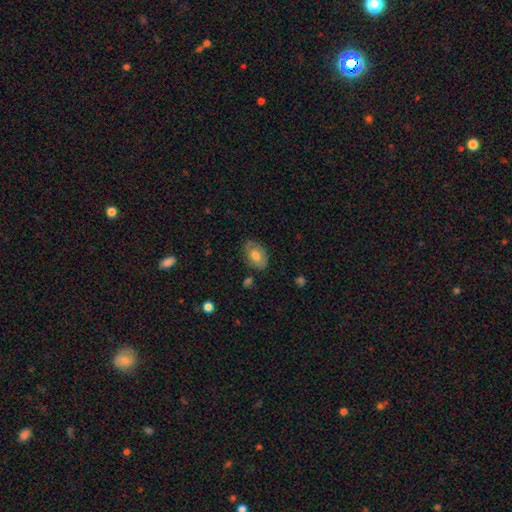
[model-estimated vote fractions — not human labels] smooth 73%, featured or disk 20%, star or artifact 7%. Down the decision tree: how rounded — in between (87%); merging — none (76%).